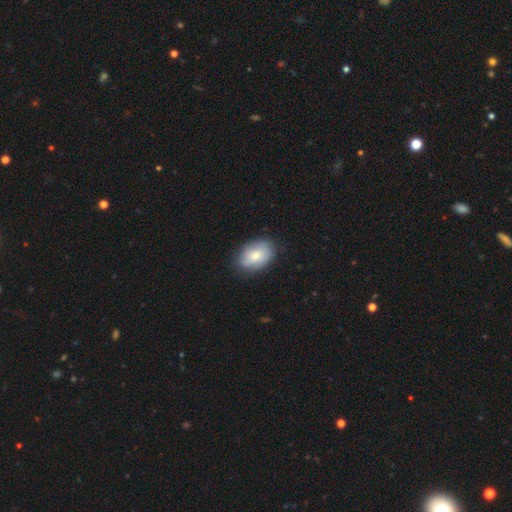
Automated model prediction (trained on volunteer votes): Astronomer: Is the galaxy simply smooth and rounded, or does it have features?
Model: smooth — 66%.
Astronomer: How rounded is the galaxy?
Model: in between — 85%.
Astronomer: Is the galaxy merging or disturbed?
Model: none — 78%.